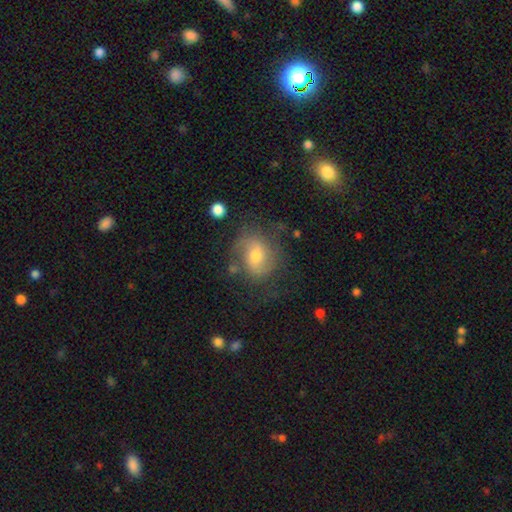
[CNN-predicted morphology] featured or disk 54%, smooth 36%, star or artifact 10%. Down the decision tree: edge-on disk — no (96%); bar — no (48%); spiral arms — yes (80%); bulge size — moderate (60%); merging — none (61%).